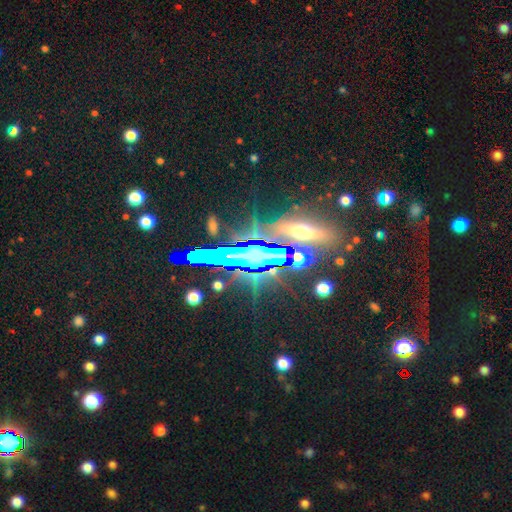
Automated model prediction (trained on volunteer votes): A star or artifact, not a galaxy (50%).

Vote fractions:
- Smooth or featured? star or artifact: 50% / featured or disk: 31% / smooth: 19%